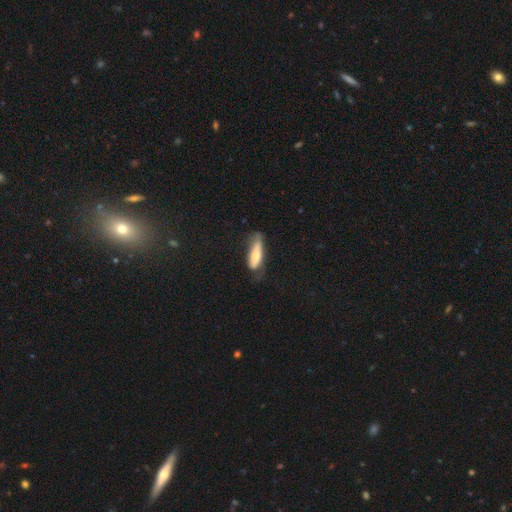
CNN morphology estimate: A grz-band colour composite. It shows a smooth galaxy with no disk features (66%) that is cigar-shaped (56%). Merging: none (52%).